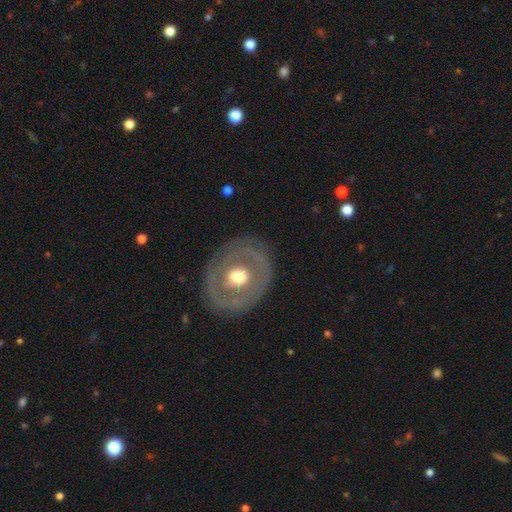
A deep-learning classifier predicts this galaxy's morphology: The model was most divided on "smooth or featured": featured or disk: 61%, smooth: 33%, star or artifact: 6%. More confident: edge-on disk — no (94%); merging — none (83%); bar — no (83%); spiral arms — no (79%); bulge size — moderate (68%).